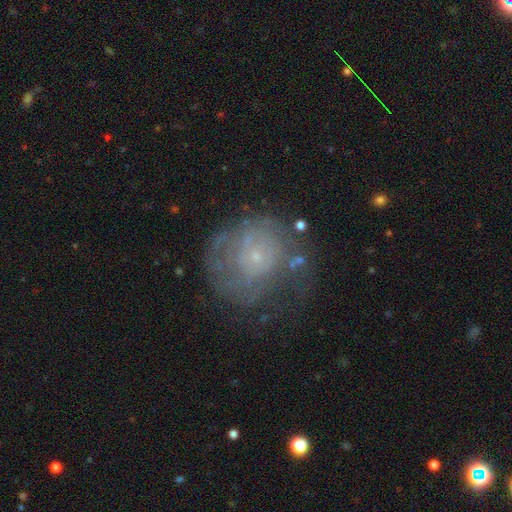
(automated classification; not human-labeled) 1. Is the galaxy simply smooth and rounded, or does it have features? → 58% featured or disk, 29% smooth, 12% star or artifact.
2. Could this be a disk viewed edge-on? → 97% no, 3% yes.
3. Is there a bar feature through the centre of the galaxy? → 83% no, 14% weak, 2% strong.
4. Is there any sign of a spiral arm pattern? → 58% yes, 42% no.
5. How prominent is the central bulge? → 79% small, 12% moderate, 7% none, 1% large, 1% dominant.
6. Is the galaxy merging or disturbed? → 53% none, 23% minor disturbance, 21% major disturbance, 4% merger.